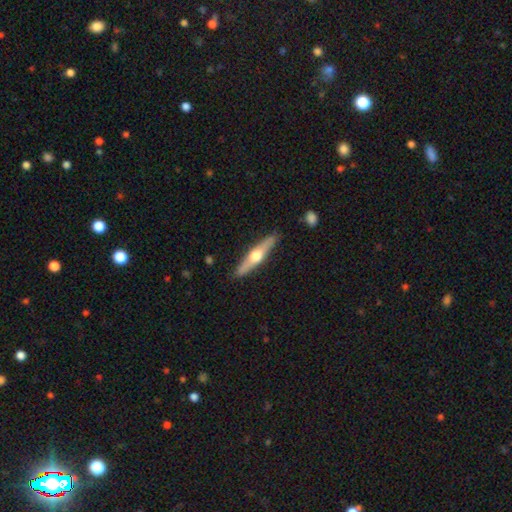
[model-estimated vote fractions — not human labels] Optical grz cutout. It shows a featured or disk galaxy (62%) viewed edge-on (95%) with a rounded central bulge (95%). Merging: none (88%).